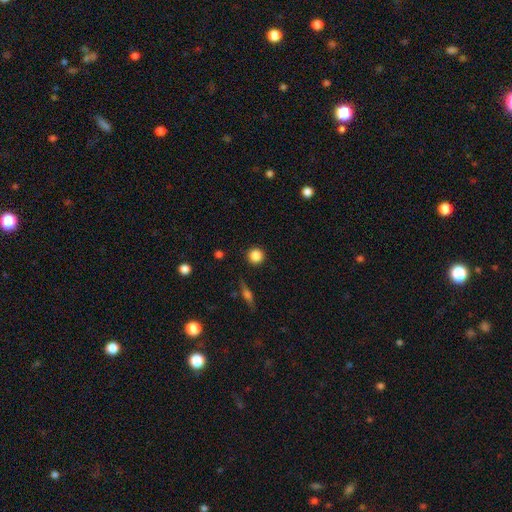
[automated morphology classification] This appears to be a smooth galaxy with no disk features (86%) that is round (94%). Merging: none (90%).